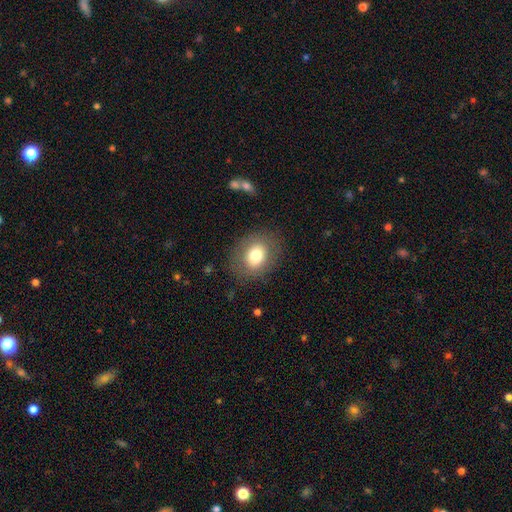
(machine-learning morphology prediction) Overall: smooth (75%). How rounded: round (54%; in between 45%). Merging: none (82%).